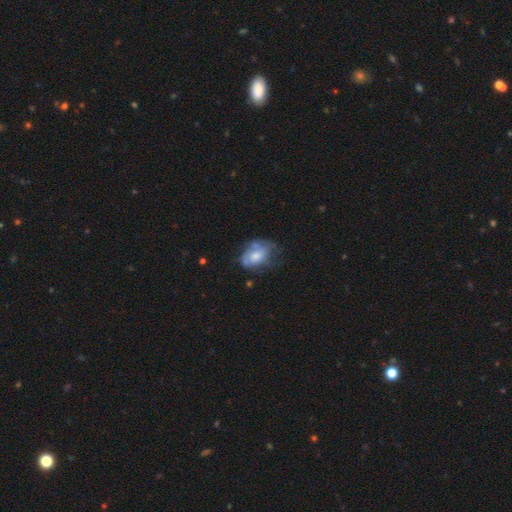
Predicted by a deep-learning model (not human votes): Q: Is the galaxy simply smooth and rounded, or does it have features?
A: smooth — 49%.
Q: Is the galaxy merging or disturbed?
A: none — 40%.